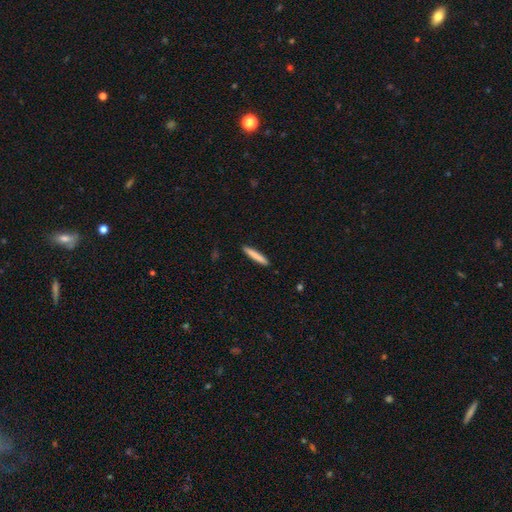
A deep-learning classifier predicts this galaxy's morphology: smooth-or-featured: smooth: 81% | featured or disk: 13% | star or artifact: 6%
  how-rounded: cigar-shaped: 95% | in between: 4% | round: 1%
  merging: none: 92% | minor disturbance: 6% | major disturbance: 1% | merger: 1%